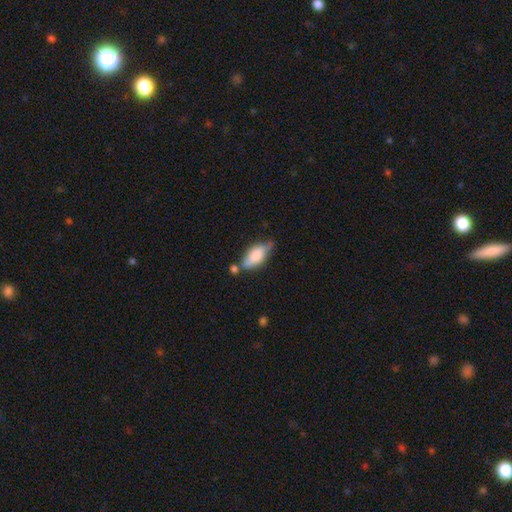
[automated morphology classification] type=smooth (73%); roundness=in between (80%); merging=none (53%).